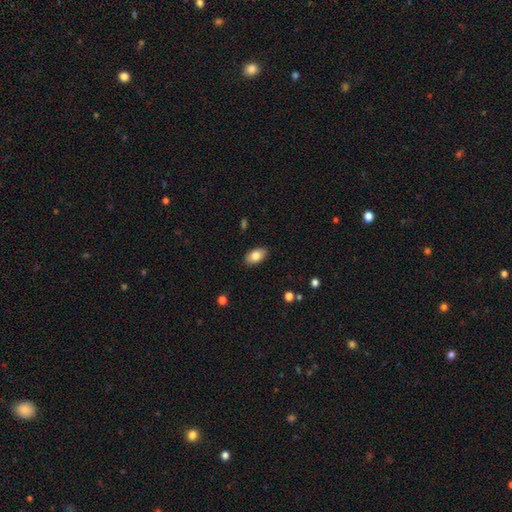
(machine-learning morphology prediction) smooth 82%, featured or disk 11%, star or artifact 7%. Down the decision tree: how rounded — in between (93%); merging — none (88%).